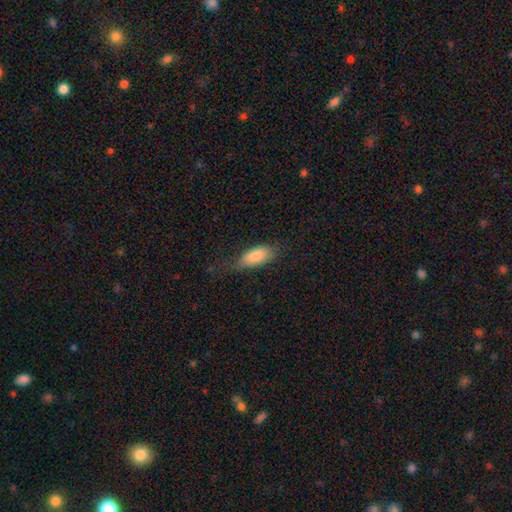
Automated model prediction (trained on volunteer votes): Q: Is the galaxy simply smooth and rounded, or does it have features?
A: smooth — 82%.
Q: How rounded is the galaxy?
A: in between — 86%.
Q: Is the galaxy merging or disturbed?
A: none — 54%.